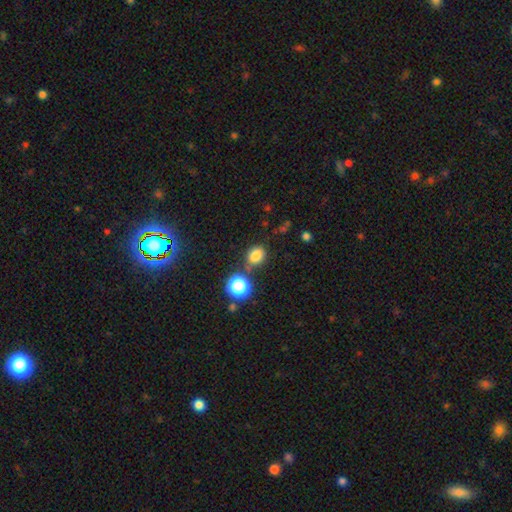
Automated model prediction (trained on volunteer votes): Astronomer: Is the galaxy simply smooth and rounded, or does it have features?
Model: smooth — 79%.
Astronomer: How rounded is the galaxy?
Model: round — 54% (runner-up: in between, 45%).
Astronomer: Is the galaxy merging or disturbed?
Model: none — 74%.